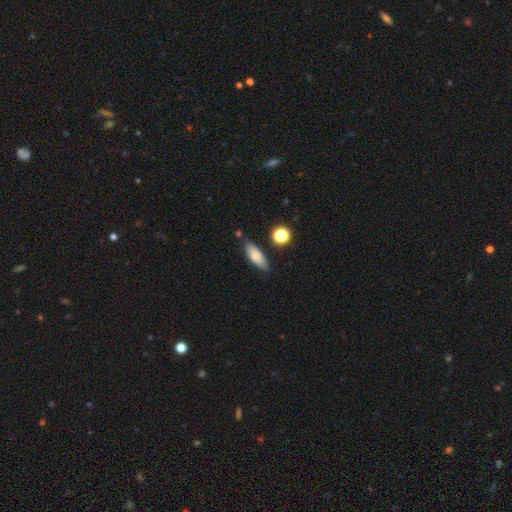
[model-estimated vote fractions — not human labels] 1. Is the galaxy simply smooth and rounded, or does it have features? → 78% smooth, 13% featured or disk, 8% star or artifact.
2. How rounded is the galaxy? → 68% in between, 29% cigar-shaped, 3% round.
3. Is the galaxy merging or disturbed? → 77% none, 15% minor disturbance, 4% merger, 3% major disturbance.